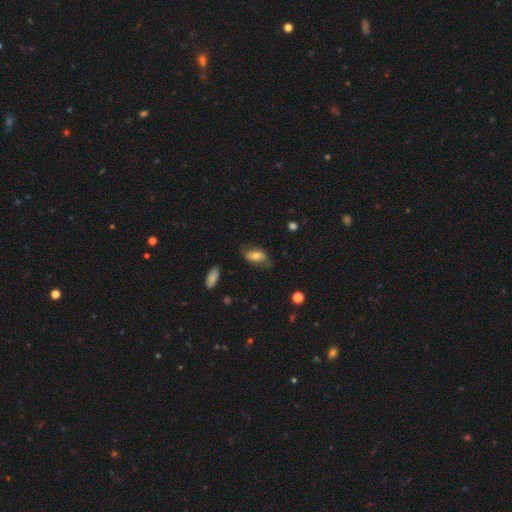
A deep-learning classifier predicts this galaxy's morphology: A smooth galaxy with no disk features (52%) that is in between round and cigar-shaped (87%). Merging: none (64%).